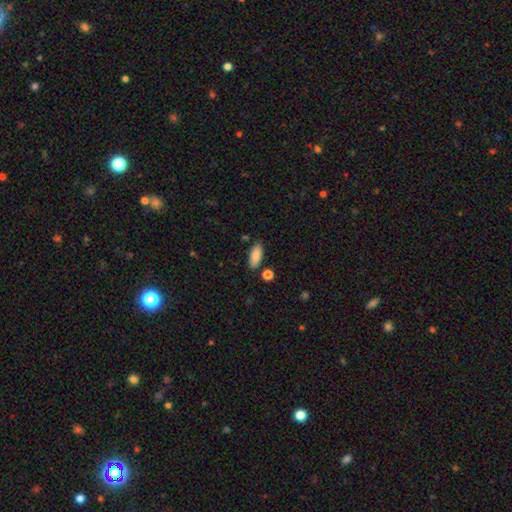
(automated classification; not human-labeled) The model was most divided on "how rounded": in between: 81%, cigar-shaped: 17%, round: 2%. More confident: smooth or featured — smooth (87%); merging — none (82%).